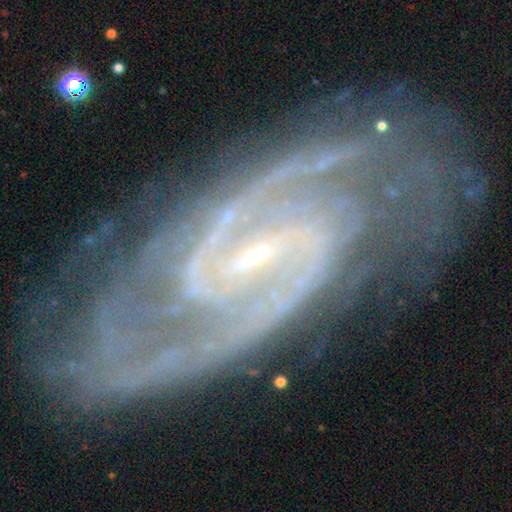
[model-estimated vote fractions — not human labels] This is clearly a featured or disk galaxy (92%). It is clearly not viewed edge-on (96%). Bar: possibly weak (45%). Spiral arm pattern: clearly yes (99%). Spiral arm count: likely 2 (77%). Spiral winding: possibly medium (50%). Central bulge: clearly small (83%). Merging: likely none (79%).